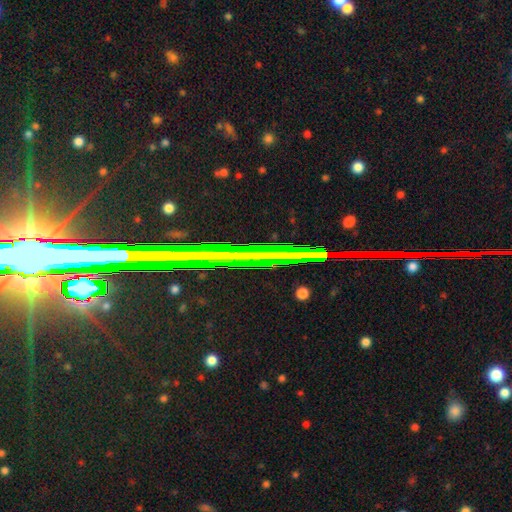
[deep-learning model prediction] Overall: star or artifact (67%).